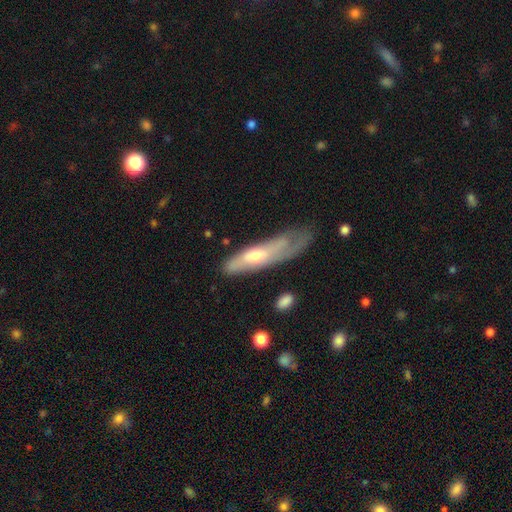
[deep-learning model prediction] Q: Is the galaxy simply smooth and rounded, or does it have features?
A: featured or disk — 57%.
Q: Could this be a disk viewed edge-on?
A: no — 51%.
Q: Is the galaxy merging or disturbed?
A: none — 47%.